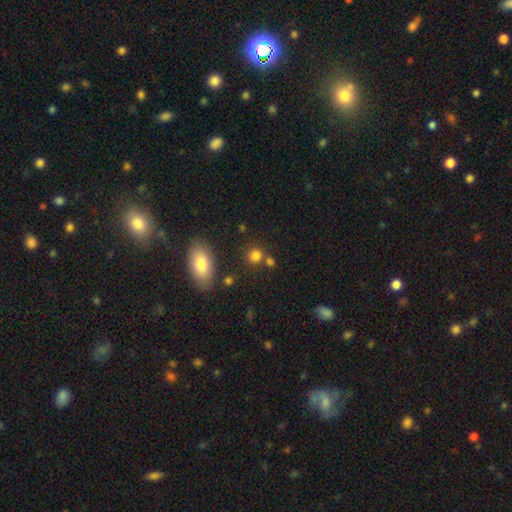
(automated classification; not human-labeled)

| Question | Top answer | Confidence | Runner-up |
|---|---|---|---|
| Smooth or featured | smooth | 81% | star or artifact (13%) |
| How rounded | round | 83% | in between (16%) |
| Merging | none | 71% | merger (16%) |